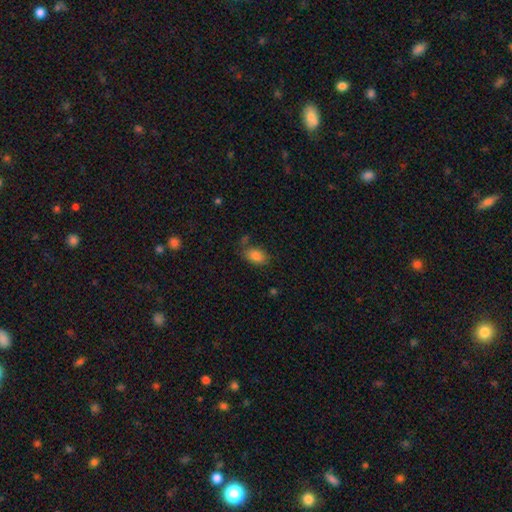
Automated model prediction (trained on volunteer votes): The model was most divided on "merging": none: 68%, minor disturbance: 19%, merger: 7%, major disturbance: 6%. More confident: how rounded — in between (89%); smooth or featured — smooth (85%).